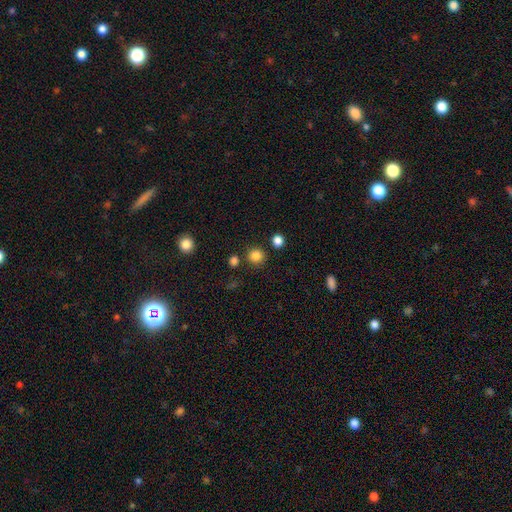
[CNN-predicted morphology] Smooth or featured?
  - smooth: 84% *
  - star or artifact: 12%
  - featured or disk: 4%
How rounded?
  - round: 92% *
  - in between: 7%
  - cigar-shaped: 1%
Merging?
  - none: 84% *
  - minor disturbance: 7%
  - merger: 6%
  - major disturbance: 3%